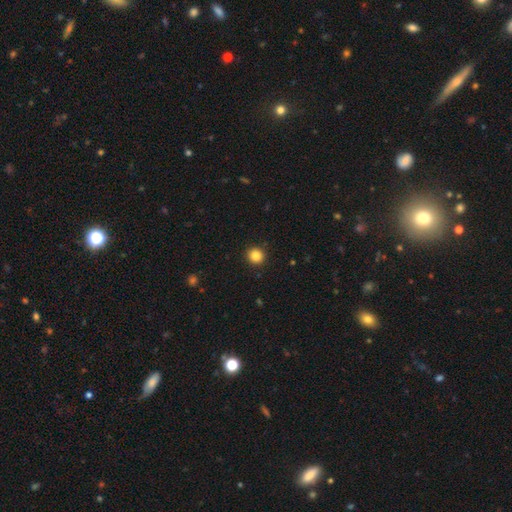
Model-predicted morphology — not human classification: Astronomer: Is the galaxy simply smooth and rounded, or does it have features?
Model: smooth — 85%.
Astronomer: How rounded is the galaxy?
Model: round — 94%.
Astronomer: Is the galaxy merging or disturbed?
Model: none — 93%.